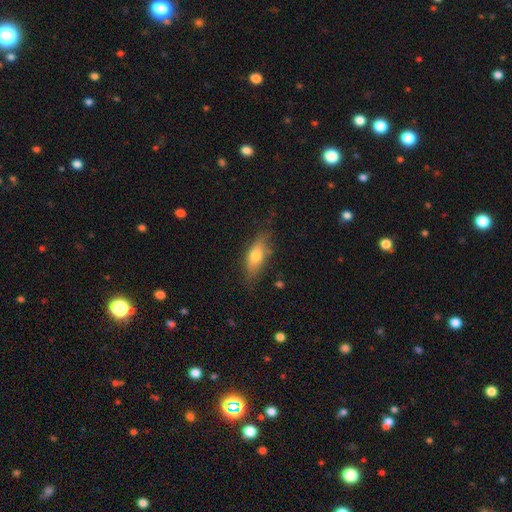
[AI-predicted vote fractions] Smooth or featured: smooth — 68% (featured or disk — 24%)
How rounded: in between — 69% (cigar-shaped — 28%)
Merging: none — 75% (minor disturbance — 19%)